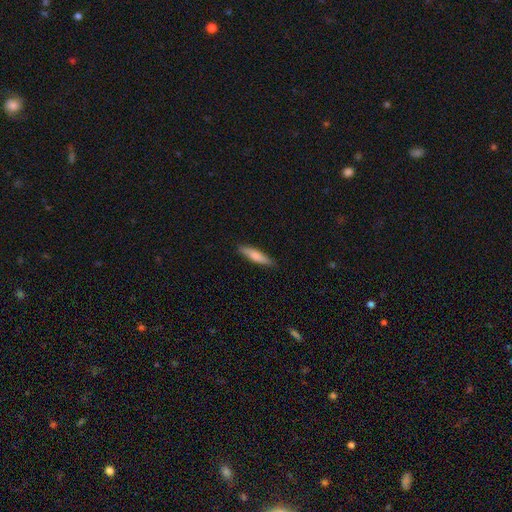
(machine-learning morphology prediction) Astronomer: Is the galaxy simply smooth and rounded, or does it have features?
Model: smooth — 70%.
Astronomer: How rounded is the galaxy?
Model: cigar-shaped — 77%.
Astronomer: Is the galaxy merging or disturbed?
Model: none — 88%.